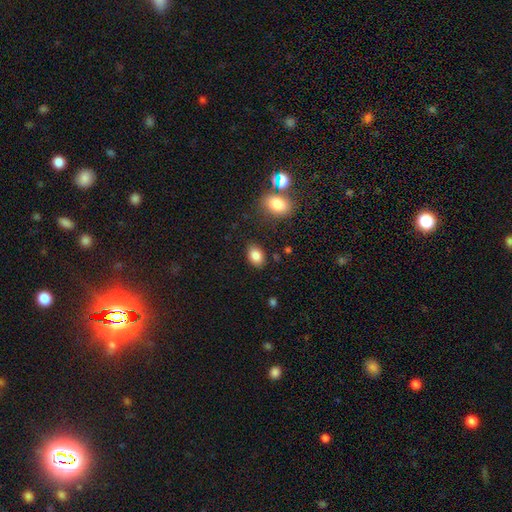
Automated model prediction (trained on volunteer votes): A smooth galaxy with no disk features (85%) that is in between round and cigar-shaped (80%).

Vote fractions:
- Smooth or featured? smooth: 85% / star or artifact: 9% / featured or disk: 6%
- How rounded? in between: 80% / round: 19% / cigar-shaped: 1%
- Merging? none: 85% / minor disturbance: 10% / major disturbance: 3% / merger: 2%